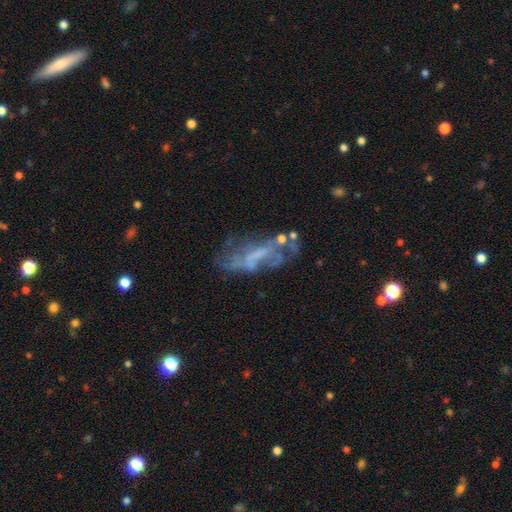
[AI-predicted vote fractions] featured or disk 66%, smooth 21%, star or artifact 13%. Down the decision tree: edge-on disk — no (89%); bar — no (54%); spiral arms — no (56%); bulge size — none (57%); merging — none (46%).